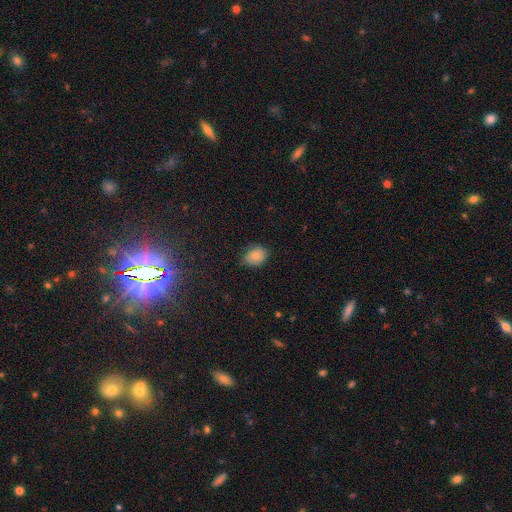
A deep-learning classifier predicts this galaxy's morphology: A smooth galaxy with no disk features (82%) that is in between round and cigar-shaped (63%). Merging: none (64%).